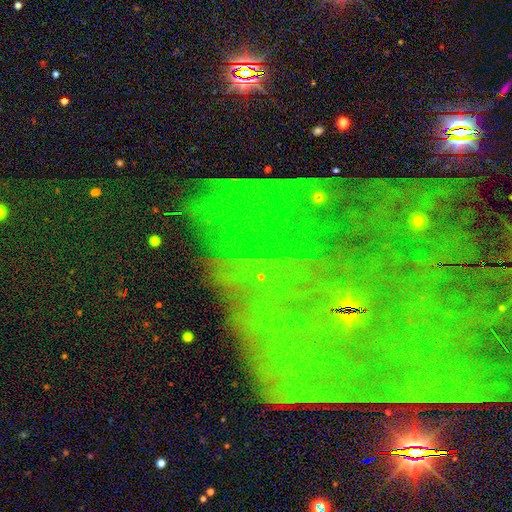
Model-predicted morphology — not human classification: smooth_or_featured: star or artifact (p=0.76) [alt: featured or disk p=0.14]